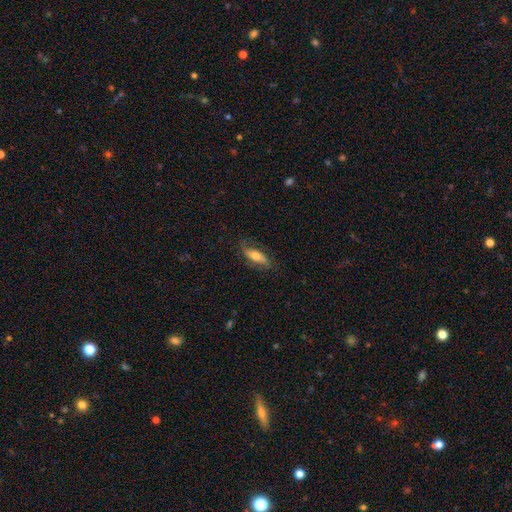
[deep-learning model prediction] Smooth or featured? Predicted: featured or disk (p=0.49). Merging? Predicted: none (p=0.72).